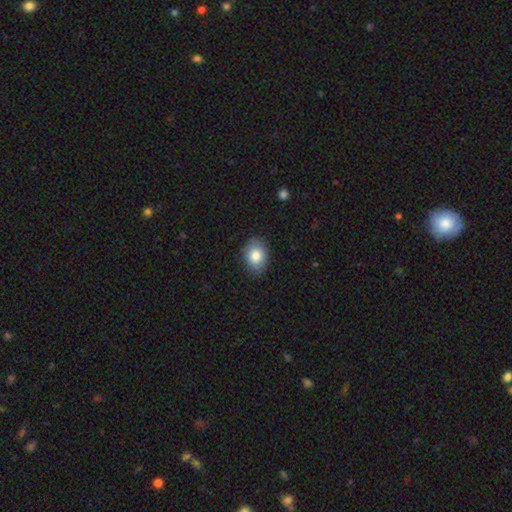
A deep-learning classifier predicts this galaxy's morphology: The model was most divided on "how rounded": in between: 61%, round: 38%, cigar-shaped: 1%. More confident: smooth or featured — smooth (83%); merging — none (83%).